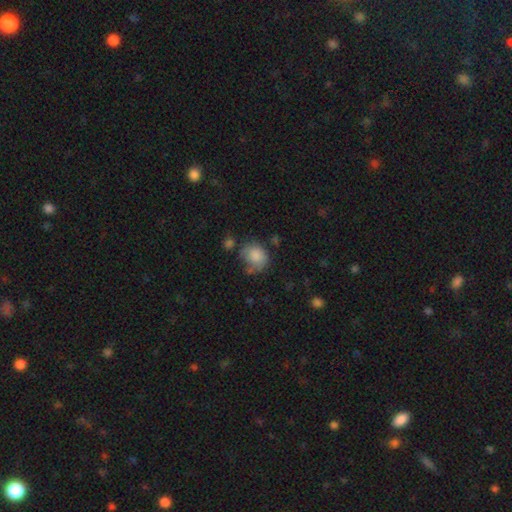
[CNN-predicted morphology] Smooth or featured? smooth (81%)
How rounded? round (62%)
Merging? none (50%)